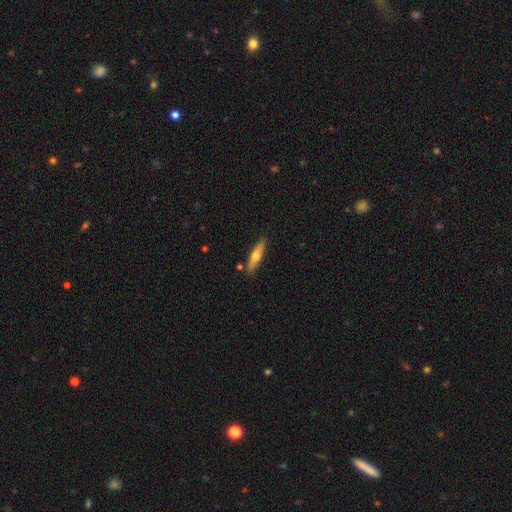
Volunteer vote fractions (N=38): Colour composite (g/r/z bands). It shows a featured or disk galaxy (53%) viewed edge-on (95%) with a rounded central bulge (89%). Merging: none (95%).